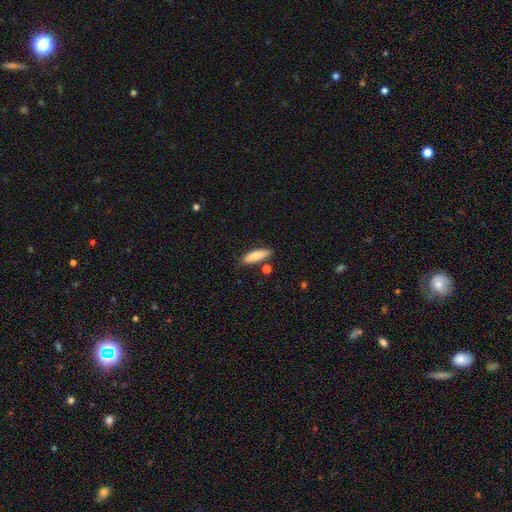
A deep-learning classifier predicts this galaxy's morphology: This appears to be a smooth galaxy with no disk features (82%) that is cigar-shaped (55%). Merging: none (78%).